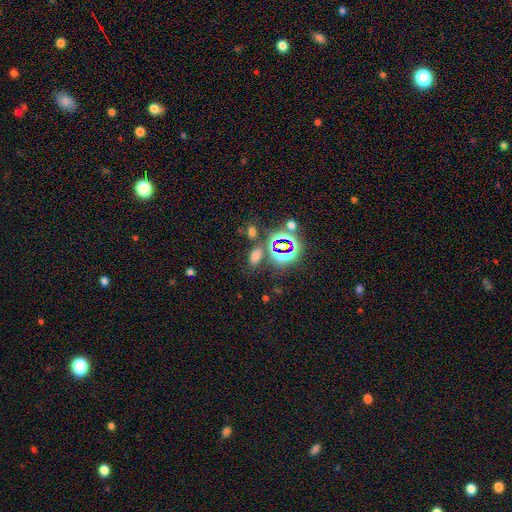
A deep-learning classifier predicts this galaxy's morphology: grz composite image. It shows a smooth galaxy with no disk features (57%) that is in between round and cigar-shaped (84%). Merging: none (73%).